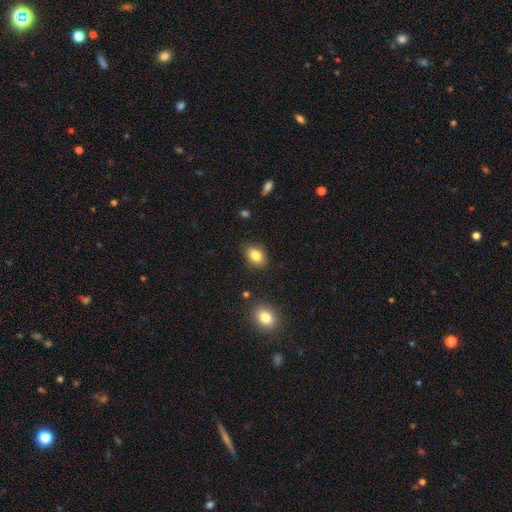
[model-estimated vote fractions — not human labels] This is clearly a smooth galaxy (83%). How rounded: likely in between (73%). Merging: clearly none (86%).